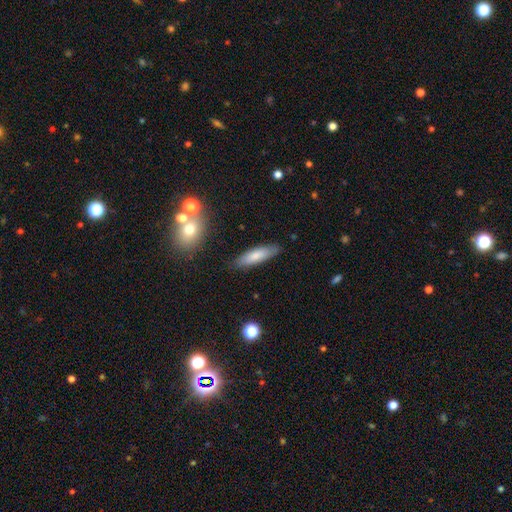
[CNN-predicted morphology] Q: Smooth or featured?
A: smooth (78%); runner-up: featured or disk (16%)
Q: How rounded?
A: cigar-shaped (65%); runner-up: in between (34%)
Q: Merging?
A: none (85%); runner-up: minor disturbance (11%)